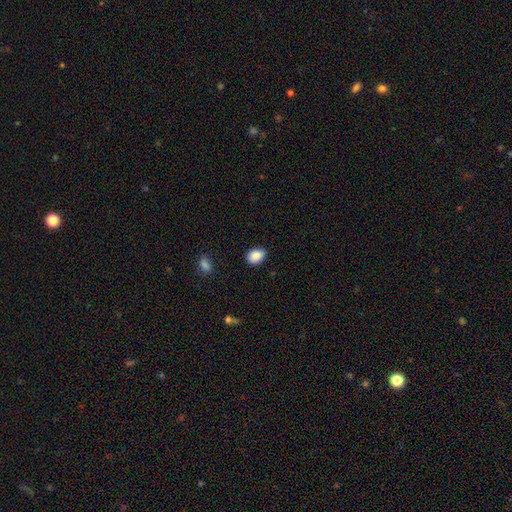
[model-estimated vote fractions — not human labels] Smooth or featured? Predicted: smooth (p=0.88). How rounded? Predicted: in between (p=0.73). Merging? Predicted: none (p=0.85).